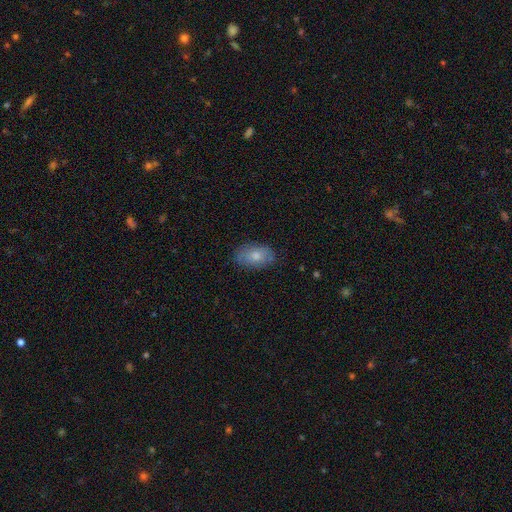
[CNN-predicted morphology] The model was most divided on "smooth or featured": smooth: 77%, featured or disk: 16%, star or artifact: 7%. More confident: how rounded — in between (91%); merging — none (81%).